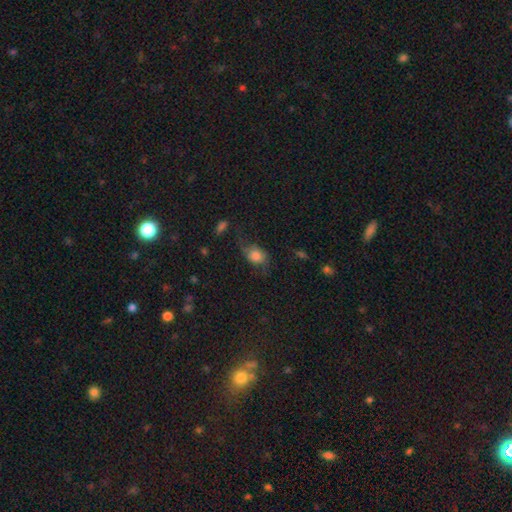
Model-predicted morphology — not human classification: A smooth galaxy with no disk features (65%) that is in between round and cigar-shaped (62%). Merging: none (43%).